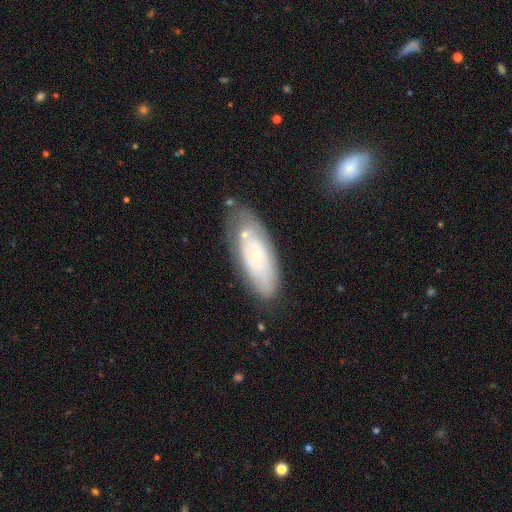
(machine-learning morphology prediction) Smooth or featured? featured or disk (51%)
Edge-on disk? no (85%)
Merging? none (61%)